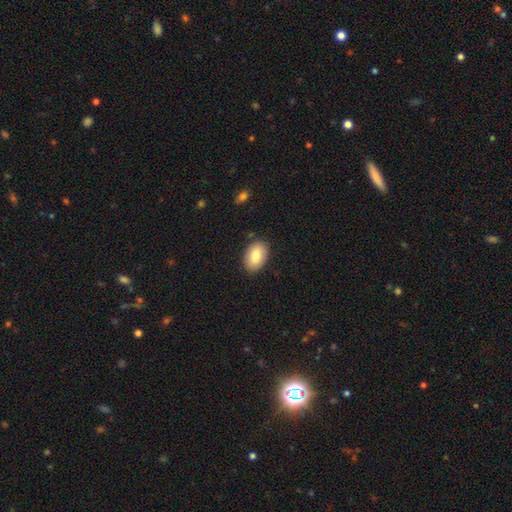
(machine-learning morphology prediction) This is clearly a smooth galaxy (83%). How rounded: clearly in between (90%). Merging: clearly none (87%).